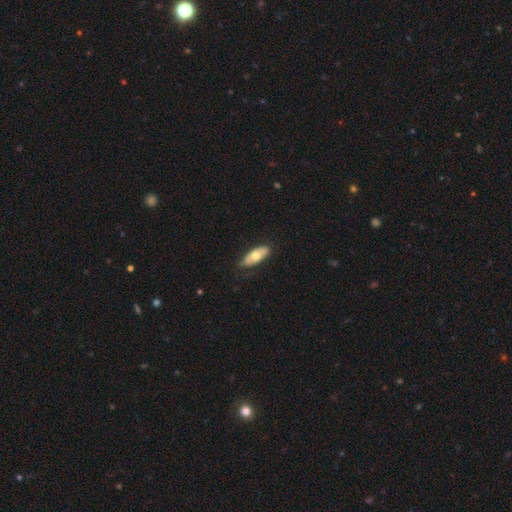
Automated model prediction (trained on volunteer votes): Smooth or featured?
  - smooth: 63% *
  - featured or disk: 31%
  - star or artifact: 5%
How rounded?
  - in between: 79% *
  - cigar-shaped: 18%
  - round: 2%
Merging?
  - none: 79% *
  - minor disturbance: 17%
  - major disturbance: 3%
  - merger: 1%